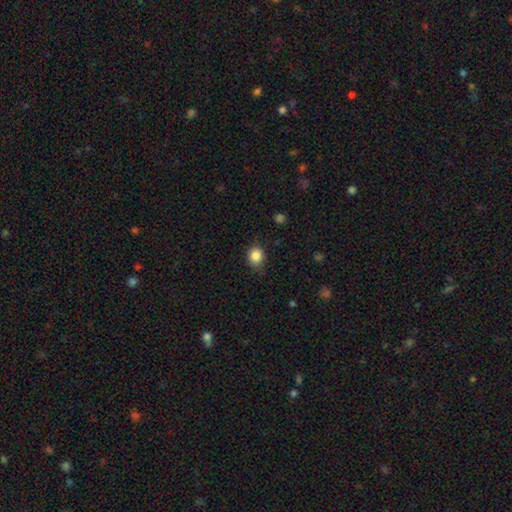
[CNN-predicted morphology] smooth_or_featured: smooth (p=0.86) [alt: star or artifact p=0.10]
how_rounded: round (p=0.72) [alt: in between p=0.27]
merging: none (p=0.82) [alt: minor disturbance p=0.14]